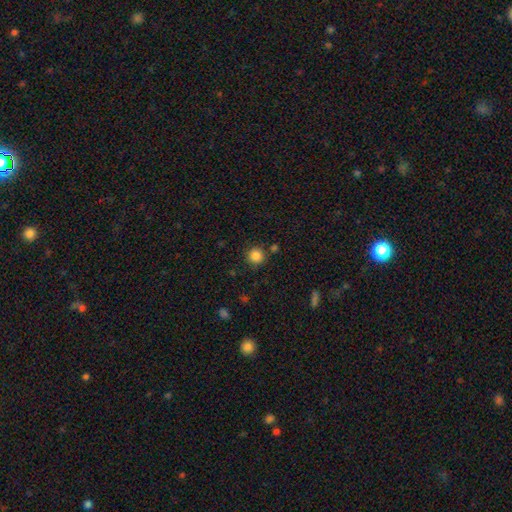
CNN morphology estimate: This is clearly a smooth galaxy (85%). How rounded: clearly round (94%). Merging: clearly none (84%).